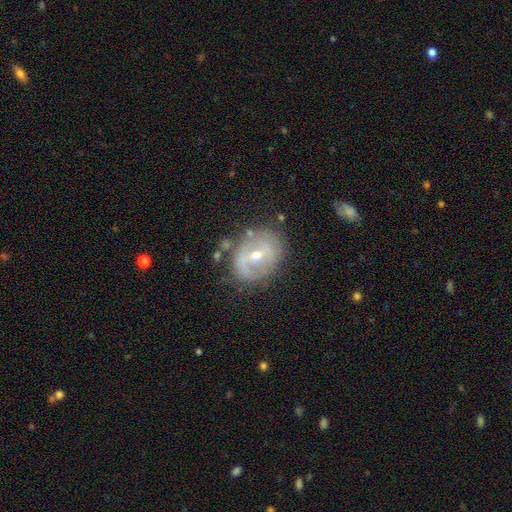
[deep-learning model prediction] Smooth or featured?
  - featured or disk: 71% *
  - smooth: 22%
  - star or artifact: 7%
Edge-on disk?
  - no: 96% *
  - yes: 4%
Bar?
  - weak: 48% *
  - strong: 26%
  - no: 26%
Spiral arms?
  - yes: 64% *
  - no: 36%
Bulge size?
  - moderate: 55% *
  - small: 41%
  - large: 2%
  - none: 1%
  - dominant: 1%
Merging?
  - none: 69% *
  - minor disturbance: 20%
  - major disturbance: 8%
  - merger: 3%